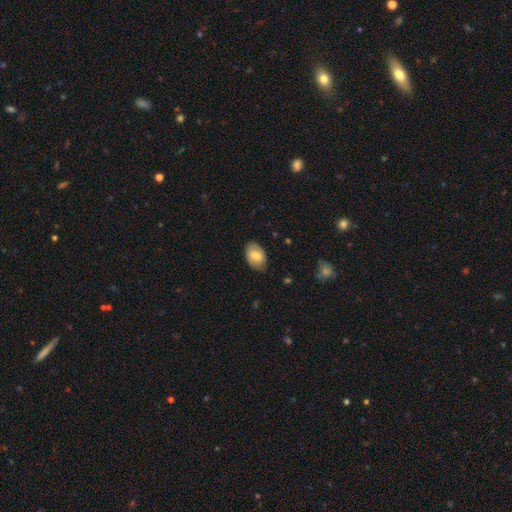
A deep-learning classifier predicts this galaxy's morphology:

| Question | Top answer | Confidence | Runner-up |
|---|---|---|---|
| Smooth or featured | smooth | 75% | featured or disk (19%) |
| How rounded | in between | 90% | round (9%) |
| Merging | none | 80% | minor disturbance (15%) |